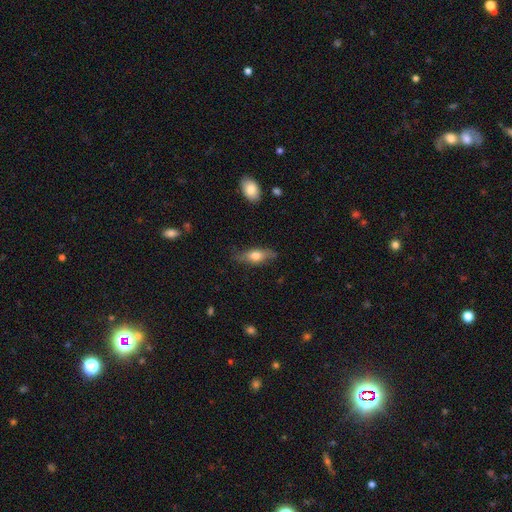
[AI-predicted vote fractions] Overall: smooth (58%; featured or disk 36%). How rounded: in between (59%; cigar-shaped 37%). Merging: none (78%).